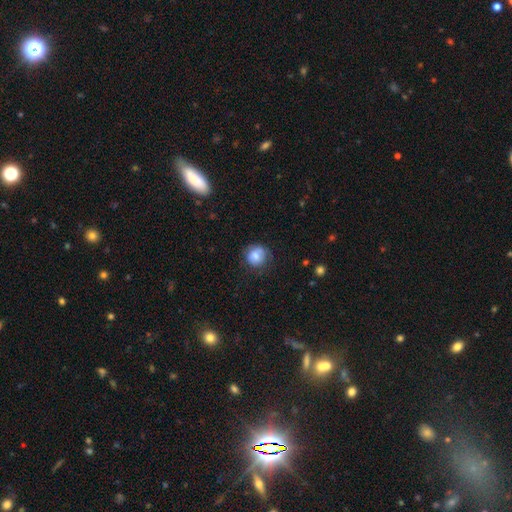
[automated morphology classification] The model was most divided on "merging": none: 71%, minor disturbance: 21%, major disturbance: 7%, merger: 2%. More confident: how rounded — round (85%); smooth or featured — smooth (77%).